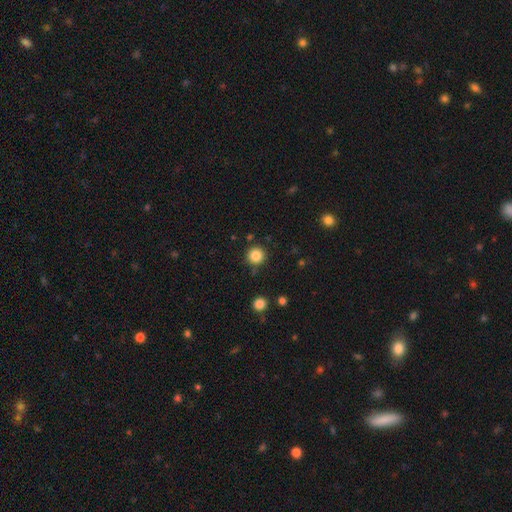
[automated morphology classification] The model was most divided on "smooth or featured": smooth: 84%, star or artifact: 11%, featured or disk: 5%. More confident: how rounded — round (94%); merging — none (87%).